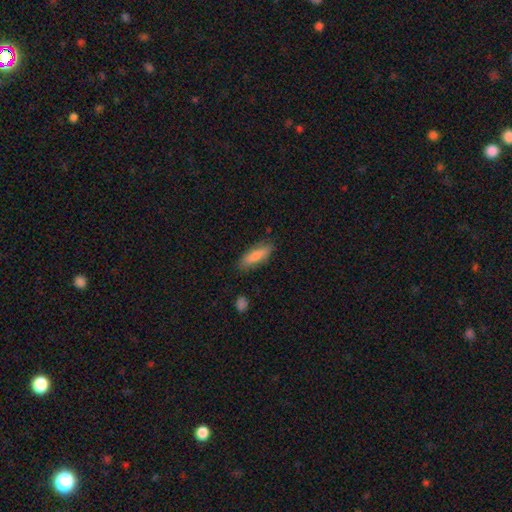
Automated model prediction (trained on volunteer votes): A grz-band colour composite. It shows a smooth galaxy with no disk features (82%) that is cigar-shaped (50%). Merging: none (80%).